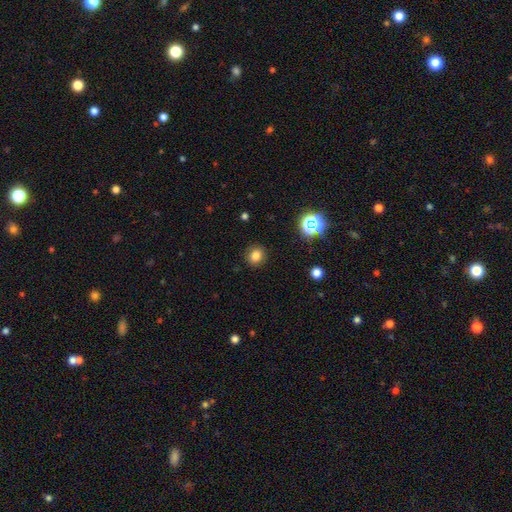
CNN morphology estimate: Smooth or featured?
  - smooth: 80% *
  - star or artifact: 15%
  - featured or disk: 5%
How rounded?
  - round: 79% *
  - in between: 20%
  - cigar-shaped: 1%
Merging?
  - none: 89% *
  - minor disturbance: 7%
  - major disturbance: 3%
  - merger: 1%